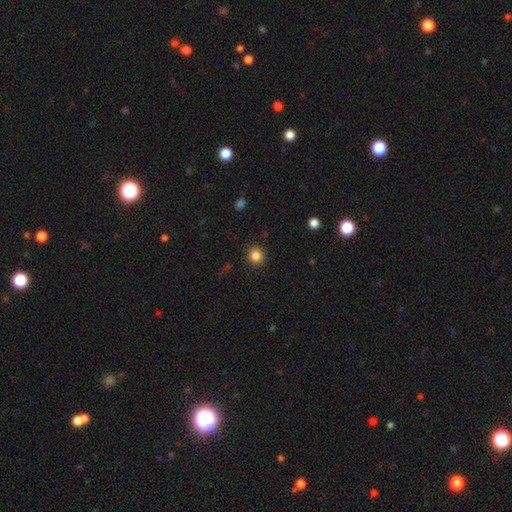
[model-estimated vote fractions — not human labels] Smooth or featured: smooth — 85% (star or artifact — 11%)
How rounded: round — 89% (in between — 10%)
Merging: none — 91% (minor disturbance — 6%)